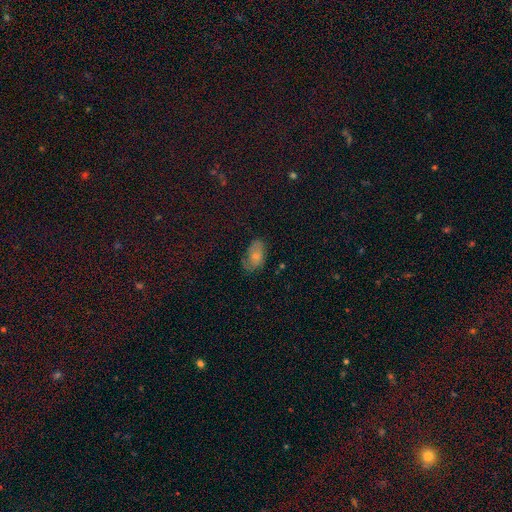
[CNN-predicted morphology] A smooth galaxy with no disk features (67%) that is in between round and cigar-shaped (90%). Merging: none (54%).